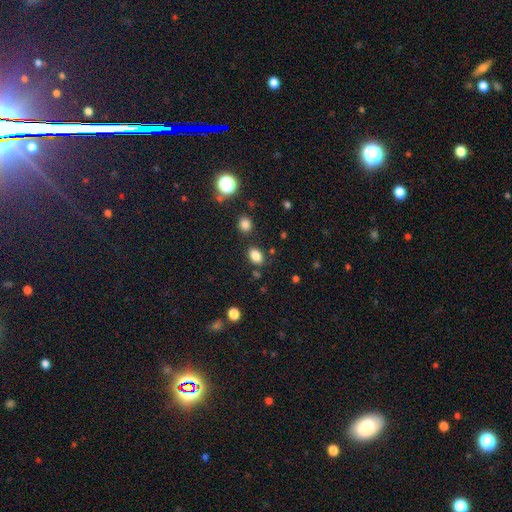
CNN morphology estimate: A smooth galaxy with no disk features (84%) that is in between round and cigar-shaped (82%).

Vote fractions:
- Smooth or featured? smooth: 84% / star or artifact: 11% / featured or disk: 5%
- How rounded? in between: 82% / round: 17% / cigar-shaped: 1%
- Merging? none: 80% / minor disturbance: 12% / merger: 5% / major disturbance: 3%